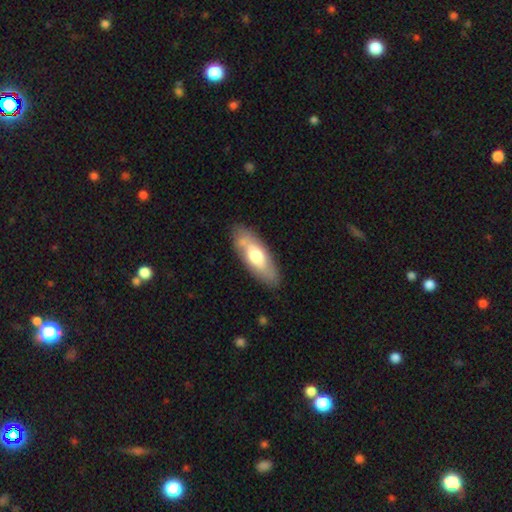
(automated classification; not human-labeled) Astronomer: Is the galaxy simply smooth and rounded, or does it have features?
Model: smooth — 59% (runner-up: featured or disk, 35%).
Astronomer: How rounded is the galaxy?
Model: in between — 75%.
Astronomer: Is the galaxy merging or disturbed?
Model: none — 77%.